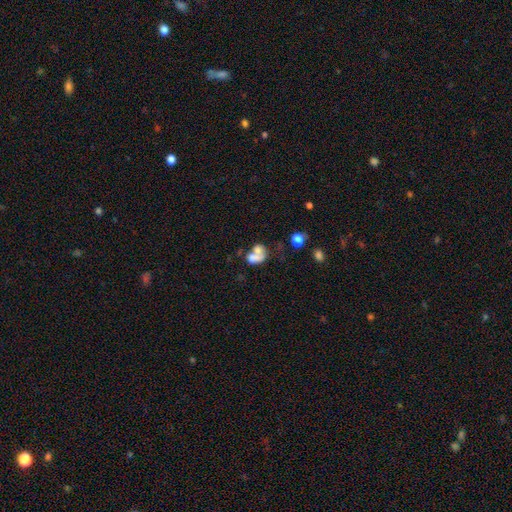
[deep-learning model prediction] Smooth or featured: smooth — 59% (featured or disk — 30%)
How rounded: in between — 66% (round — 33%)
Merging: merger — 58% (none — 19%)